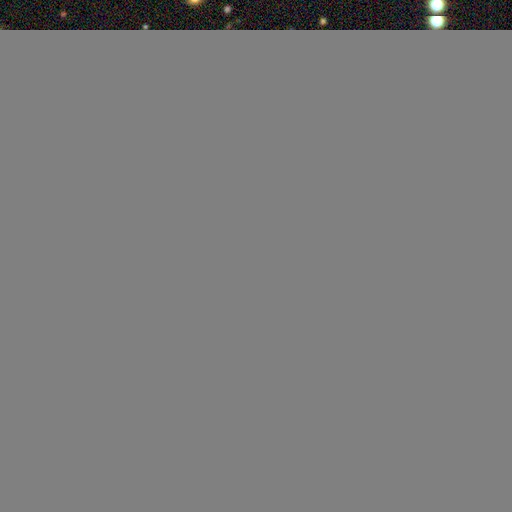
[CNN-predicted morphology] Smooth or featured? smooth (76%)
How rounded? round (75%)
Merging? none (82%)